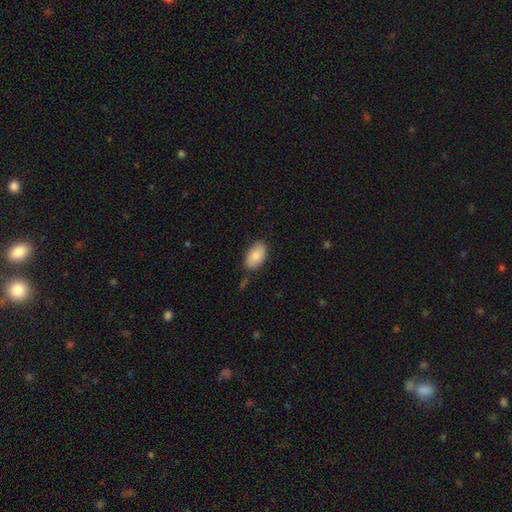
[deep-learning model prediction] smooth-or-featured: smooth: 84% | featured or disk: 10% | star or artifact: 6%
  how-rounded: in between: 94% | round: 5% | cigar-shaped: 1%
  merging: none: 80% | minor disturbance: 14% | merger: 3% | major disturbance: 3%